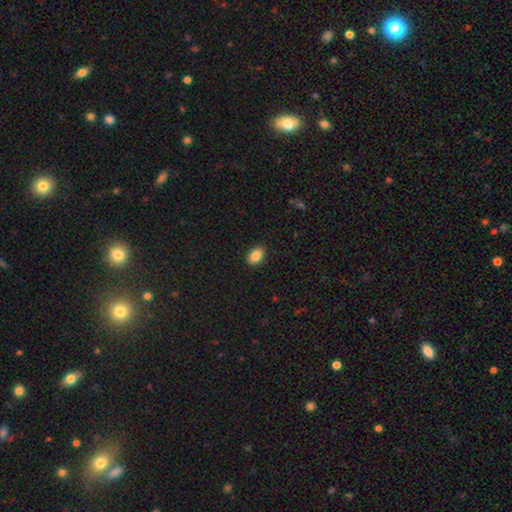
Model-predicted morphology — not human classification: The model was most divided on "how rounded": in between: 84%, round: 15%, cigar-shaped: 1%. More confident: merging — none (89%); smooth or featured — smooth (87%).